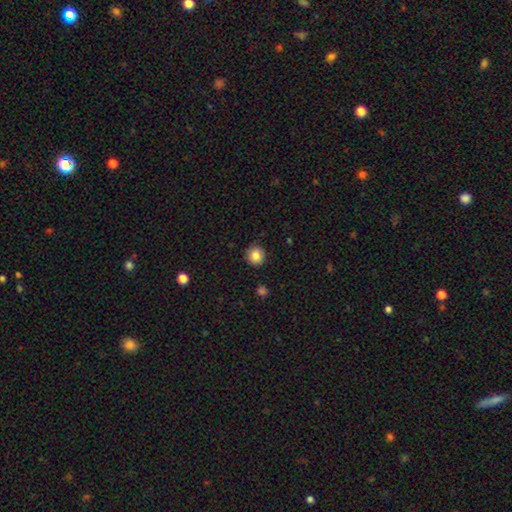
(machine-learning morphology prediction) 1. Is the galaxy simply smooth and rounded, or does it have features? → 84% smooth, 10% star or artifact, 6% featured or disk.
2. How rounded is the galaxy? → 92% round, 7% in between, 1% cigar-shaped.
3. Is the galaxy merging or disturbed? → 89% none, 8% minor disturbance, 2% major disturbance, 1% merger.